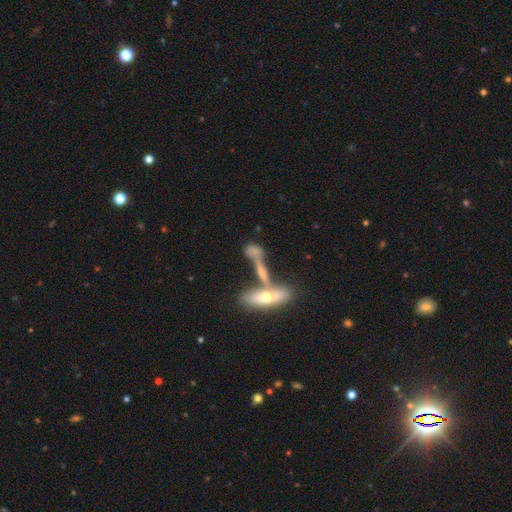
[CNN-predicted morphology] This is possibly a smooth galaxy (46%). Merging: possibly merger (50%).